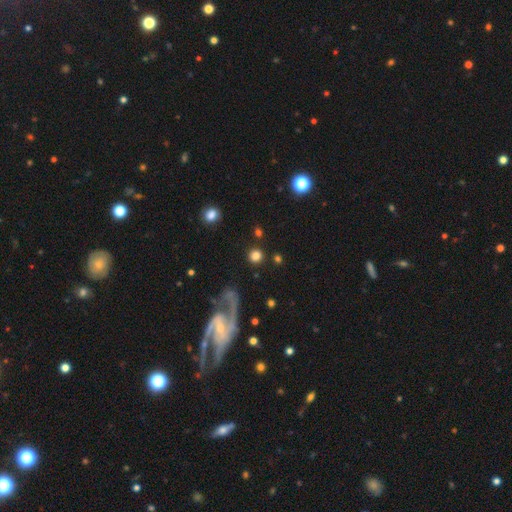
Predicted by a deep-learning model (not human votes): A smooth galaxy with no disk features (79%) that is round (93%).

Vote fractions:
- Smooth or featured? smooth: 79% / star or artifact: 12% / featured or disk: 9%
- How rounded? round: 93% / in between: 6% / cigar-shaped: 1%
- Merging? none: 87% / minor disturbance: 6% / major disturbance: 4% / merger: 3%